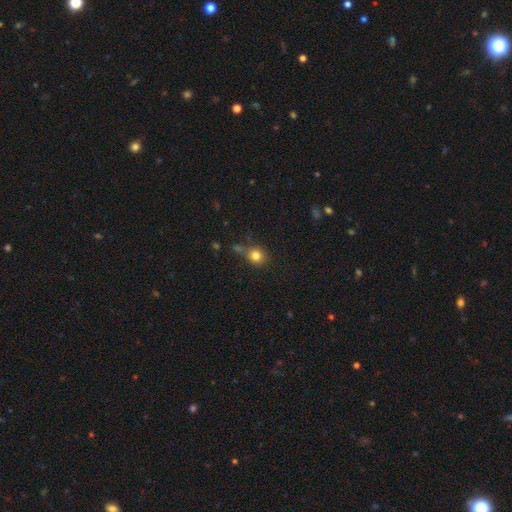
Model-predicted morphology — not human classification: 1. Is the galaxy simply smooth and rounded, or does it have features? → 82% smooth, 12% star or artifact, 7% featured or disk.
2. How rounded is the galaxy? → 87% round, 12% in between, 1% cigar-shaped.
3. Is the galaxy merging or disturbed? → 71% none, 12% minor disturbance, 12% merger, 4% major disturbance.